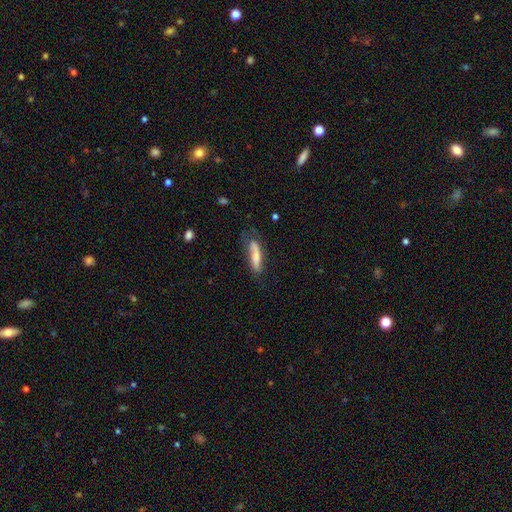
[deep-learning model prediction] Smooth or featured: smooth — 62% (featured or disk — 31%)
How rounded: cigar-shaped — 66% (in between — 32%)
Merging: none — 51% (minor disturbance — 29%)